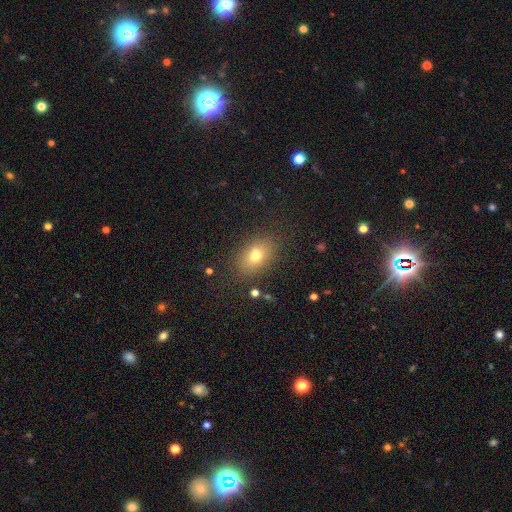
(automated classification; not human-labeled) Q: Smooth or featured?
A: smooth (74%); runner-up: featured or disk (14%)
Q: How rounded?
A: in between (80%); runner-up: round (17%)
Q: Merging?
A: none (83%); runner-up: minor disturbance (11%)